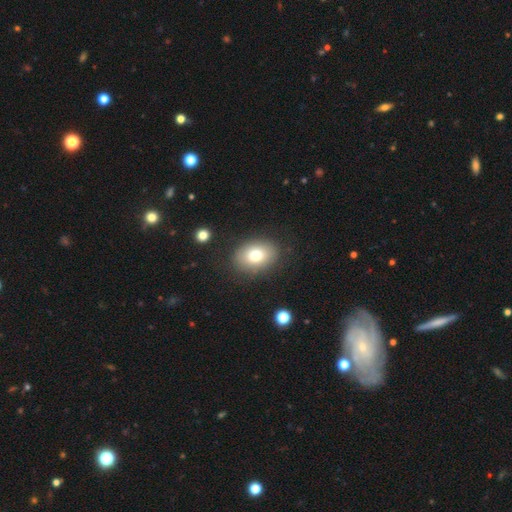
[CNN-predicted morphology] smooth 76%, featured or disk 14%, star or artifact 10%. Down the decision tree: how rounded — in between (68%); merging — none (84%).